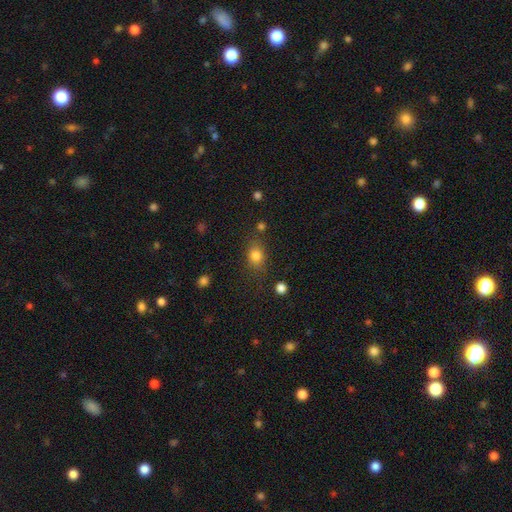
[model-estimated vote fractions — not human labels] The model was most divided on "how rounded" (2-way tie): round: 49%, in between: 49%, cigar-shaped: 2%. More confident: smooth or featured — smooth (81%); merging — none (71%).